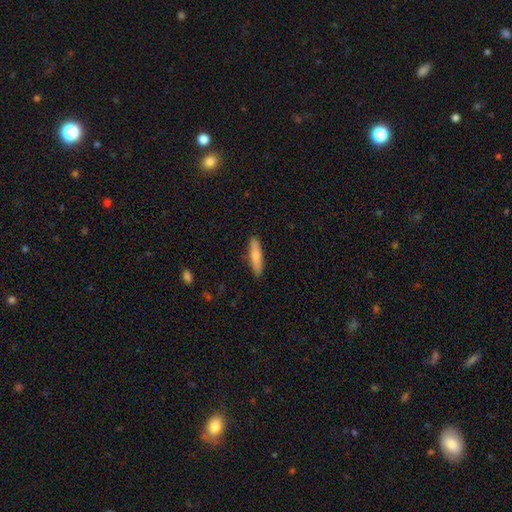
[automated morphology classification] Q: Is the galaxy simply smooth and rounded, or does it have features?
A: smooth — 76%.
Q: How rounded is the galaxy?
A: cigar-shaped — 79%.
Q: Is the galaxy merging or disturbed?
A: none — 88%.